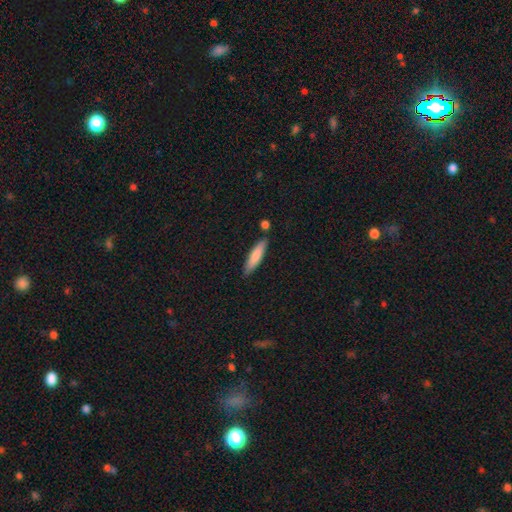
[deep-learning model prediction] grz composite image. It shows a smooth galaxy with no disk features (79%) that is cigar-shaped (79%). Merging: none (80%).